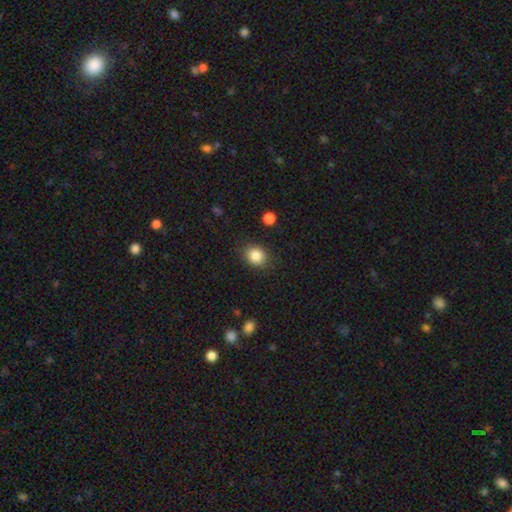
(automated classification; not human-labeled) smooth-or-featured: smooth: 86% | star or artifact: 9% | featured or disk: 4%
  how-rounded: round: 66% | in between: 33% | cigar-shaped: 1%
  merging: none: 85% | minor disturbance: 10% | major disturbance: 3% | merger: 2%